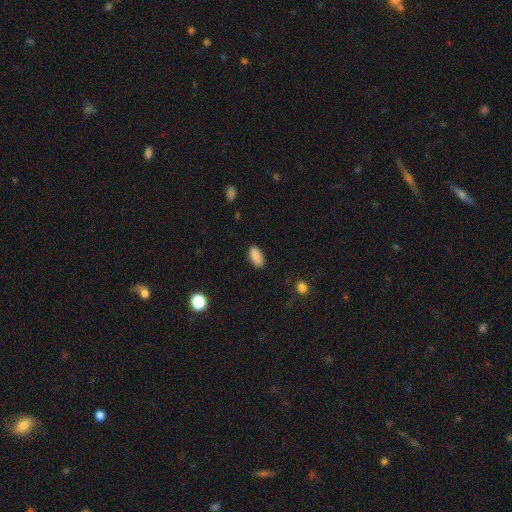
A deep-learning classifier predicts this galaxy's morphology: Smooth or featured? Predicted: smooth (p=0.88). How rounded? Predicted: in between (p=0.91). Merging? Predicted: none (p=0.84).